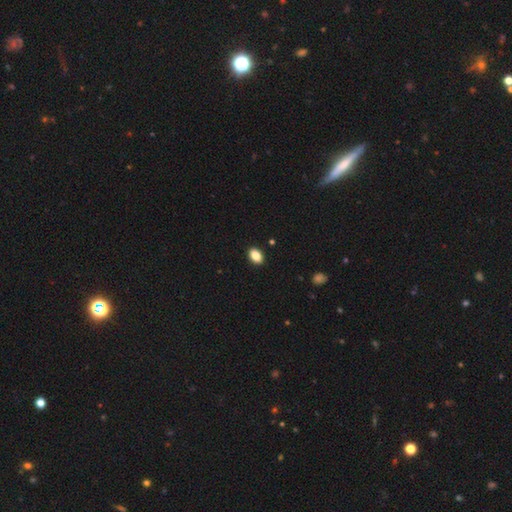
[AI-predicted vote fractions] Smooth or featured? Predicted: smooth (p=0.86). How rounded? Predicted: in between (p=0.87). Merging? Predicted: none (p=0.90).